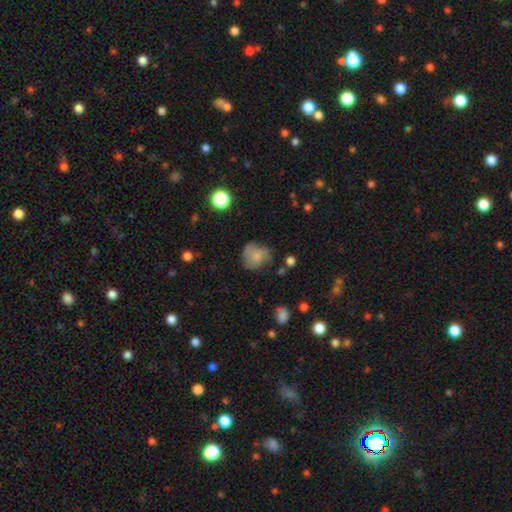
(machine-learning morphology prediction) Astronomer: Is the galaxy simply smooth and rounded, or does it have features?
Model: smooth — 61%.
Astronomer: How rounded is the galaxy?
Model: round — 77%.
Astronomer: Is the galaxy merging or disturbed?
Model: none — 57%.